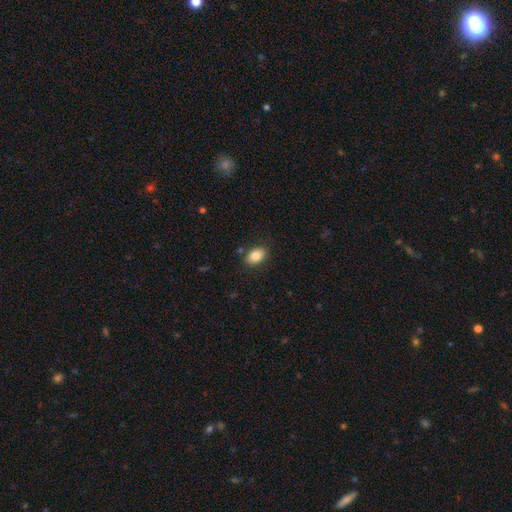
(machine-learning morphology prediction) A smooth galaxy with no disk features (84%) that is in between round and cigar-shaped (87%). Merging: none (84%).